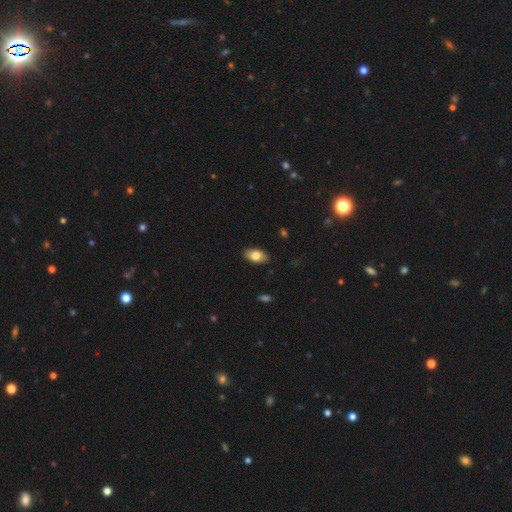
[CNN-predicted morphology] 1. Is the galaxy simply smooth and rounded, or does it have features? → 81% smooth, 12% featured or disk, 7% star or artifact.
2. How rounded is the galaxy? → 93% in between, 5% round, 2% cigar-shaped.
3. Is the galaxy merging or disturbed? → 87% none, 10% minor disturbance, 2% major disturbance, 1% merger.